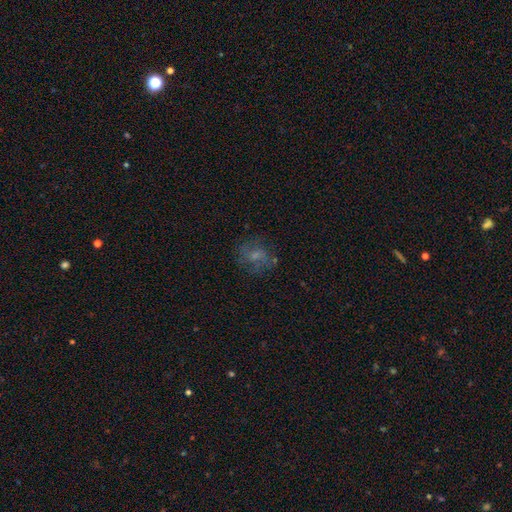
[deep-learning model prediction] Morphology: type=smooth (45%); merging=none (64%).